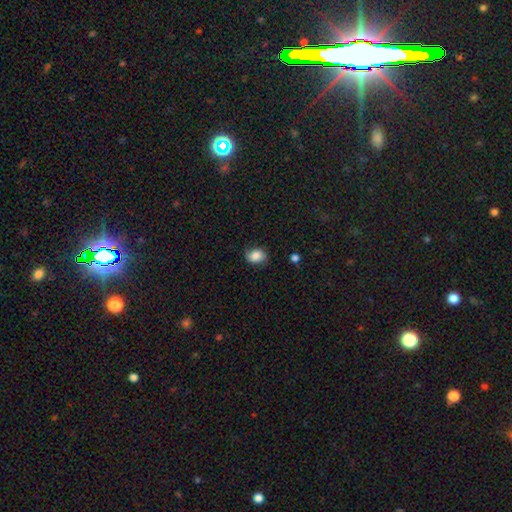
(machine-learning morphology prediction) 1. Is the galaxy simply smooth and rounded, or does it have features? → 75% smooth, 16% featured or disk, 9% star or artifact.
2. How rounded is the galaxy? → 61% in between, 38% round, 1% cigar-shaped.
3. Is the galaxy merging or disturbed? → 70% none, 23% minor disturbance, 6% major disturbance, 1% merger.